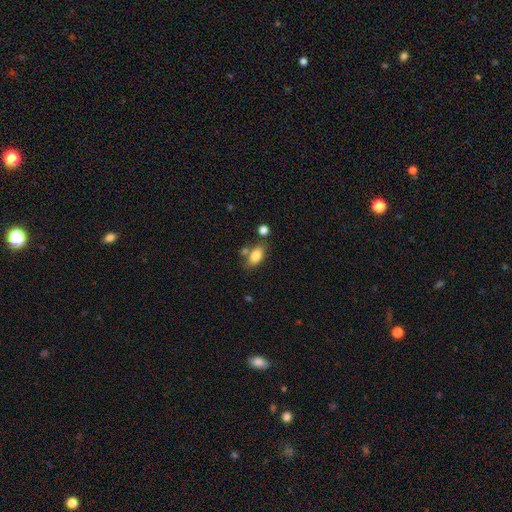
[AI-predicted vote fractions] A smooth galaxy with no disk features (80%) that is in between round and cigar-shaped (87%). Merging: none (66%).